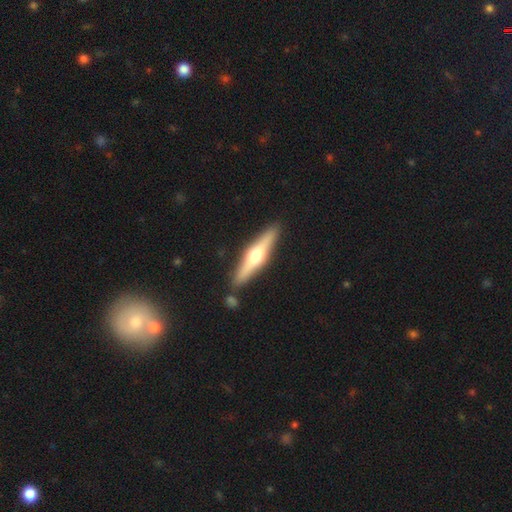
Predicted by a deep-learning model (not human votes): Smooth or featured?
  - featured or disk: 60% *
  - smooth: 35%
  - star or artifact: 5%
Edge-on disk?
  - yes: 95% *
  - no: 5%
Edge-on bulge?
  - rounded: 92% *
  - boxy: 4%
  - none: 3%
Merging?
  - none: 86% *
  - minor disturbance: 8%
  - merger: 4%
  - major disturbance: 2%